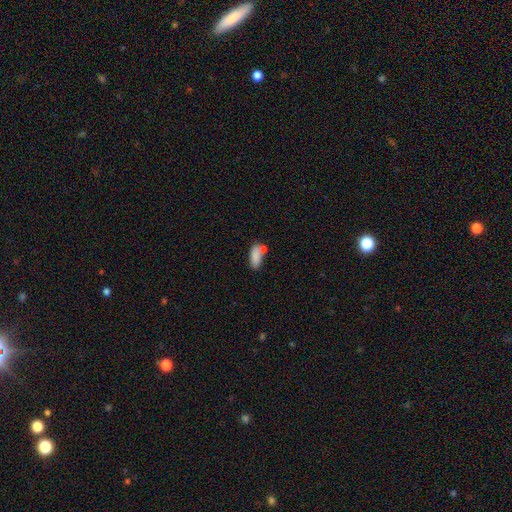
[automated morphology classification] smooth 82%, featured or disk 10%, star or artifact 8%. Down the decision tree: how rounded — in between (82%); merging — none (50%).